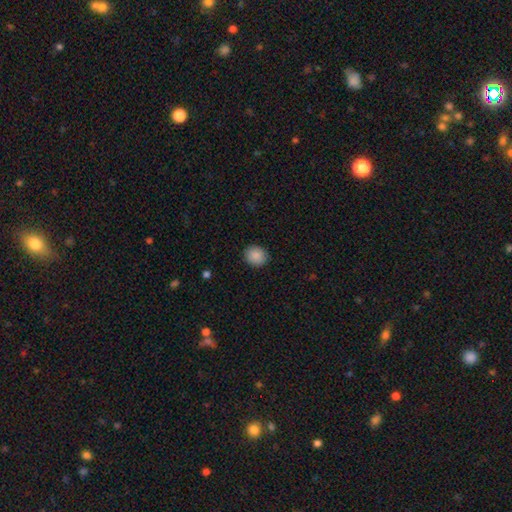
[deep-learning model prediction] smooth_or_featured: smooth (p=0.89) [alt: star or artifact p=0.08]
how_rounded: round (p=0.78) [alt: in between p=0.21]
merging: none (p=0.91) [alt: minor disturbance p=0.07]